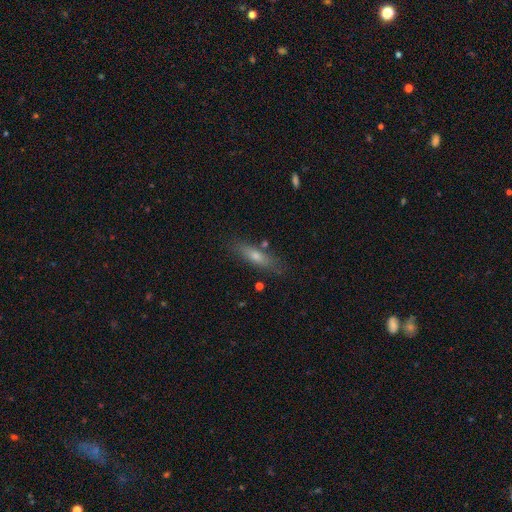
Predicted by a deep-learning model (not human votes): Smooth or featured? Predicted: smooth (p=0.56). How rounded? Predicted: cigar-shaped (p=0.74). Merging? Predicted: none (p=0.82).